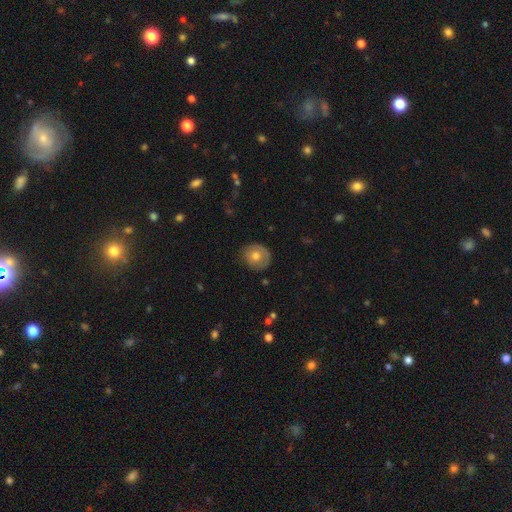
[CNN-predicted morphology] Smooth or featured? smooth (67%)
How rounded? round (84%)
Merging? none (78%)